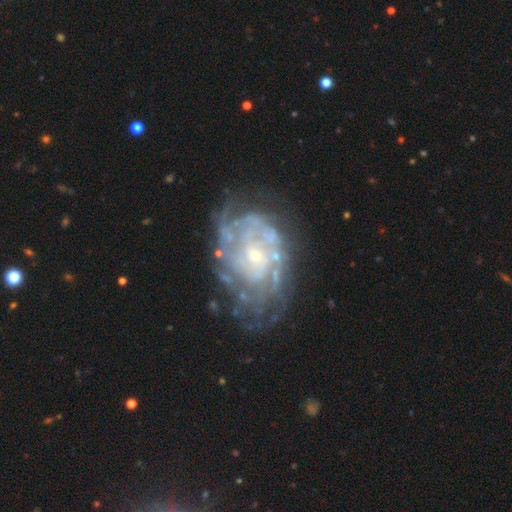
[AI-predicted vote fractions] Smooth or featured: featured or disk — 85% (smooth — 8%)
Edge-on disk: no — 97% (yes — 3%)
Bar: no — 73% (weak — 22%)
Spiral arms: yes — 87% (no — 13%)
Spiral winding: tight — 68% (medium — 25%)
Spiral arm count: can't tell — 48% (2 — 15%)
Bulge size: small — 74% (moderate — 21%)
Merging: none — 62% (minor disturbance — 21%)